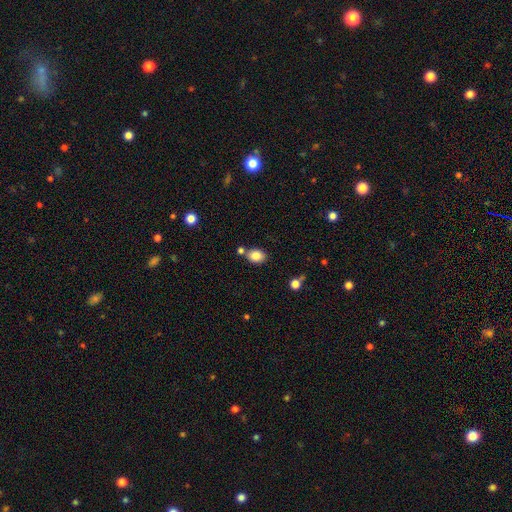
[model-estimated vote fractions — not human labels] Q: Smooth or featured?
A: smooth (84%); runner-up: star or artifact (9%)
Q: How rounded?
A: in between (65%); runner-up: round (34%)
Q: Merging?
A: none (70%); runner-up: merger (15%)